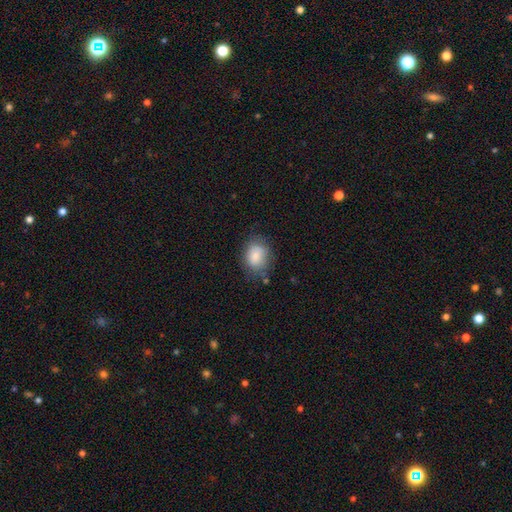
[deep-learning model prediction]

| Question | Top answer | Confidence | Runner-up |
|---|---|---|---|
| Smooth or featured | smooth | 85% | featured or disk (8%) |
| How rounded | in between | 62% | round (37%) |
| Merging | none | 66% | minor disturbance (23%) |